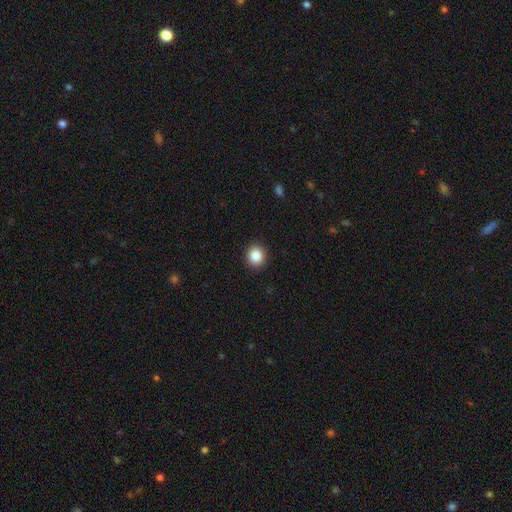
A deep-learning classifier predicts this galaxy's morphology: Q: Smooth or featured?
A: smooth (87%); runner-up: star or artifact (9%)
Q: How rounded?
A: round (86%); runner-up: in between (13%)
Q: Merging?
A: none (92%); runner-up: minor disturbance (5%)